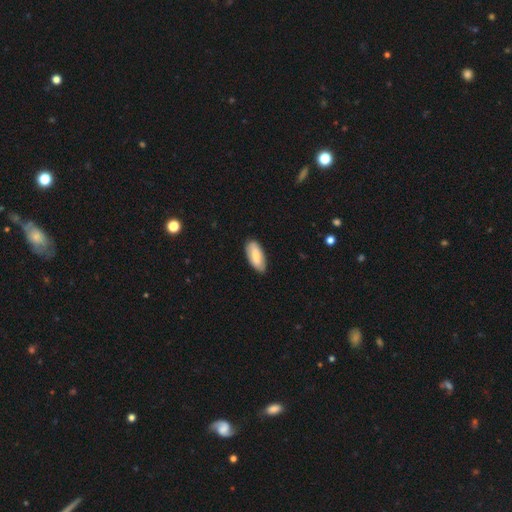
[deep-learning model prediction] Smooth or featured: smooth — 78% (featured or disk — 16%)
How rounded: in between — 88% (cigar-shaped — 10%)
Merging: none — 83% (minor disturbance — 13%)